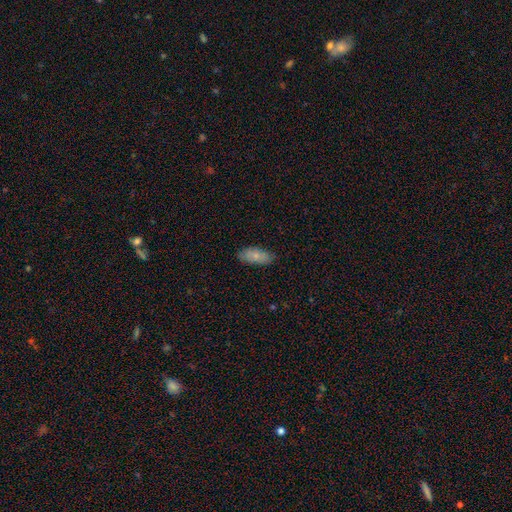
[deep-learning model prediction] The model was most divided on "smooth or featured": smooth: 77%, featured or disk: 16%, star or artifact: 6%. More confident: how rounded — in between (84%); merging — none (81%).